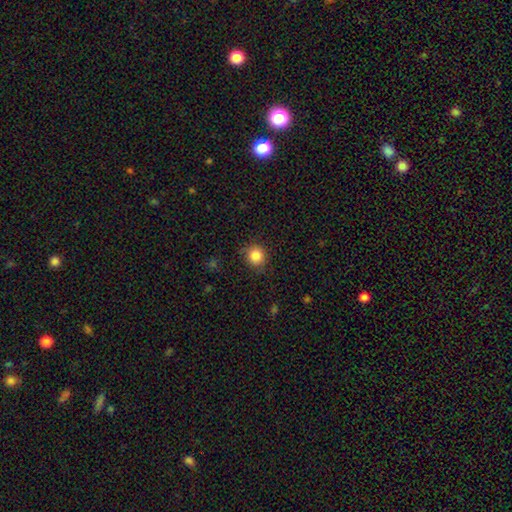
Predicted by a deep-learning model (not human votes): This appears to be a smooth galaxy with no disk features (84%) that is round (90%). Merging: none (84%).